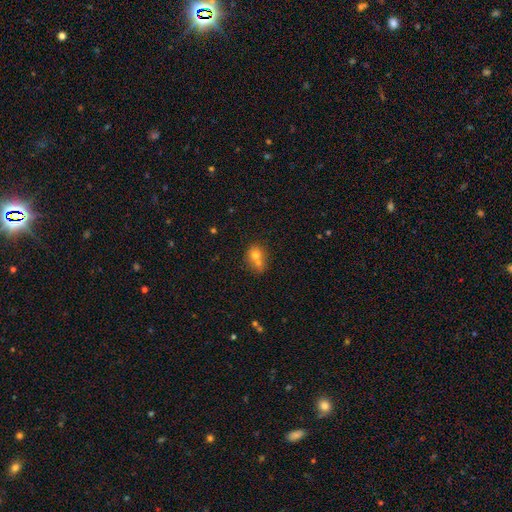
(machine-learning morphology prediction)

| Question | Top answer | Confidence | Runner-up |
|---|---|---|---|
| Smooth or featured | smooth | 70% | featured or disk (19%) |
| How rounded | round | 65% | in between (34%) |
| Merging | merger | 56% | none (30%) |